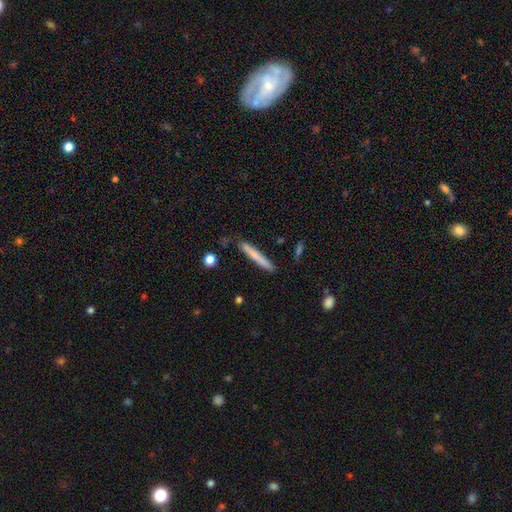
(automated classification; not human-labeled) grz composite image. It shows a smooth galaxy with no disk features (69%) that is cigar-shaped (96%). Merging: none (83%).